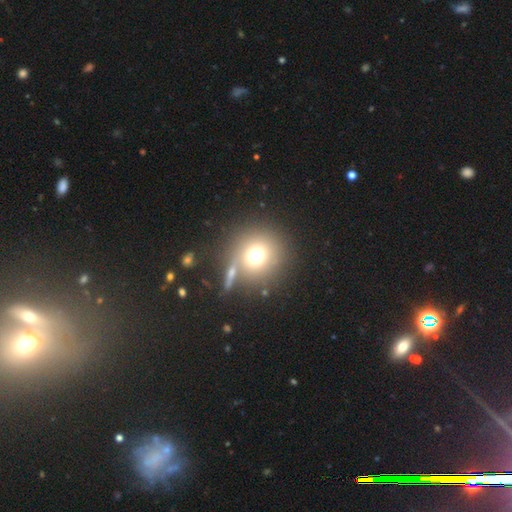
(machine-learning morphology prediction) Overall: smooth (68%). How rounded: round (91%). Merging: none (72%).